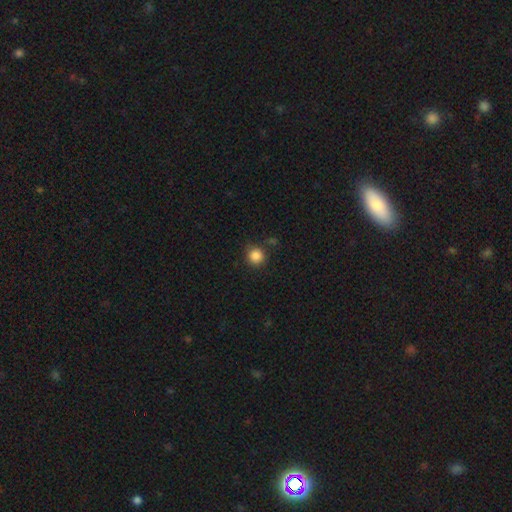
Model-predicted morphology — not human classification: Smooth or featured?
  - smooth: 86% *
  - star or artifact: 11%
  - featured or disk: 3%
How rounded?
  - round: 93% *
  - in between: 6%
  - cigar-shaped: 1%
Merging?
  - none: 84% *
  - minor disturbance: 10%
  - merger: 3%
  - major disturbance: 3%